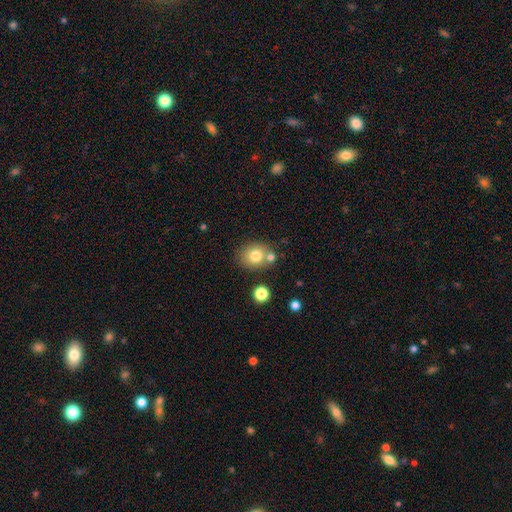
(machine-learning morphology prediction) smooth 78%, featured or disk 11%, star or artifact 11%. Down the decision tree: how rounded — round (71%); merging — none (69%).